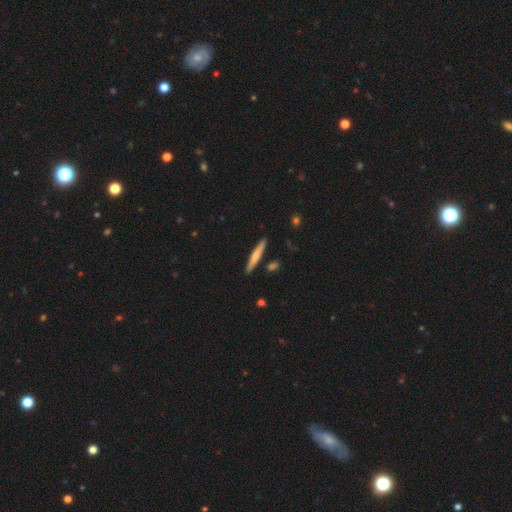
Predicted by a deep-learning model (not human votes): The model was most divided on "smooth or featured": smooth: 62%, featured or disk: 33%, star or artifact: 5%. More confident: how rounded — cigar-shaped (95%); merging — none (88%).